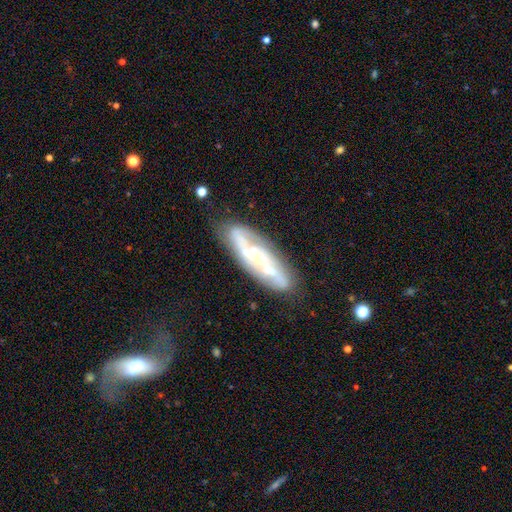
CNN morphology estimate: featured or disk 74%, smooth 19%, star or artifact 7%. Down the decision tree: edge-on disk — no (78%); bar — no (58%); spiral arms — yes (82%); bulge size — small (58%); merging — none (68%).